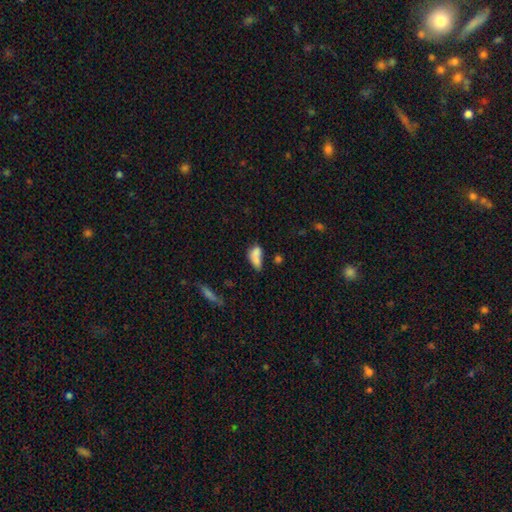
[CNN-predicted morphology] smooth-or-featured: smooth: 74% | featured or disk: 15% | star or artifact: 11%
  how-rounded: in between: 81% | cigar-shaped: 10% | round: 9%
  merging: merger: 37% | none: 29% | minor disturbance: 20% | major disturbance: 14%